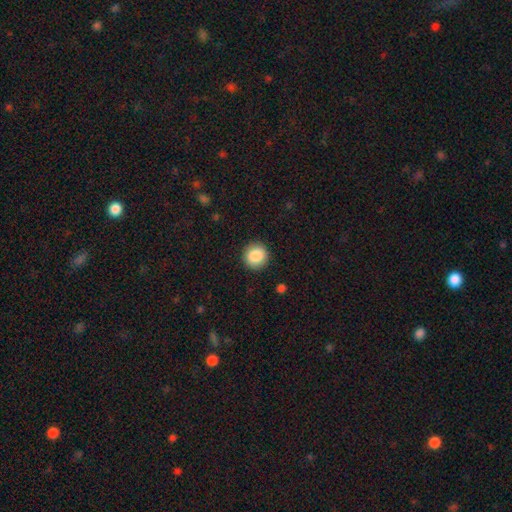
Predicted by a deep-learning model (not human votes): smooth-or-featured: smooth: 88% | star or artifact: 8% | featured or disk: 4%
  how-rounded: round: 94% | in between: 5% | cigar-shaped: 1%
  merging: none: 91% | minor disturbance: 6% | major disturbance: 2% | merger: 1%